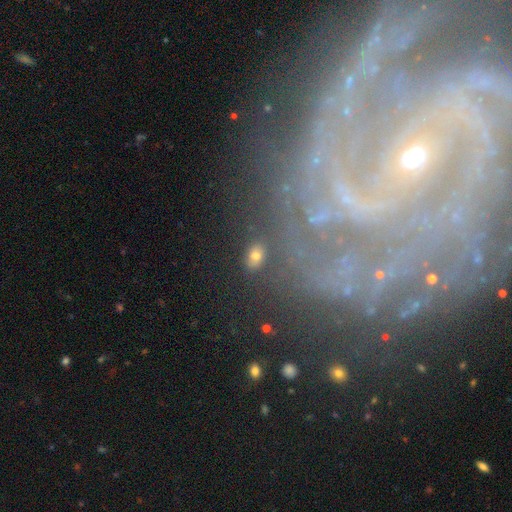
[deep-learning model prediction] Smooth or featured?
  - smooth: 69% *
  - star or artifact: 18%
  - featured or disk: 13%
How rounded?
  - in between: 82% *
  - round: 16%
  - cigar-shaped: 2%
Merging?
  - none: 81% *
  - minor disturbance: 11%
  - major disturbance: 4%
  - merger: 4%